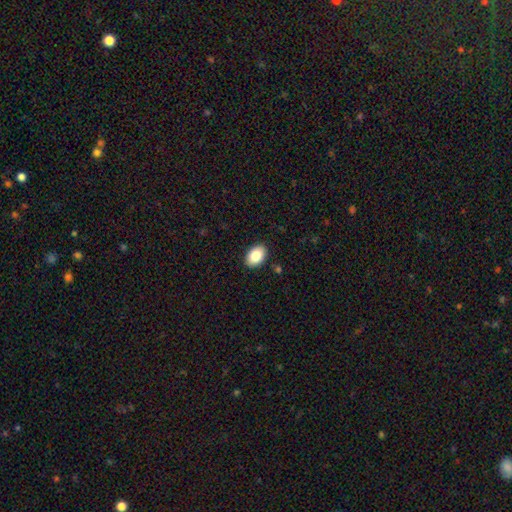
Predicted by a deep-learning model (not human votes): smooth 85%, featured or disk 8%, star or artifact 7%. Down the decision tree: how rounded — in between (87%); merging — none (90%).